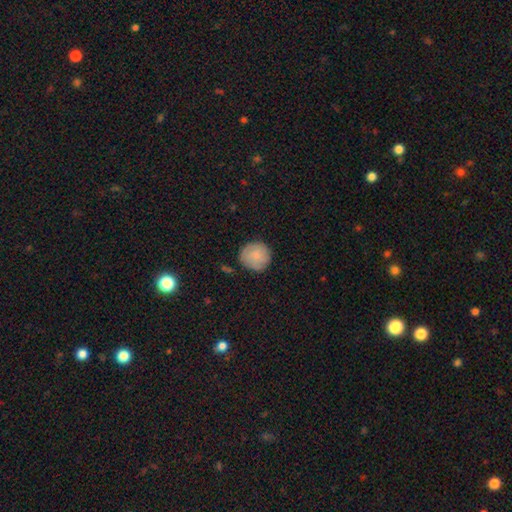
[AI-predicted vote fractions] smooth_or_featured: smooth (p=0.84) [alt: featured or disk p=0.10]
how_rounded: round (p=0.94) [alt: in between p=0.05]
merging: none (p=0.84) [alt: minor disturbance p=0.12]